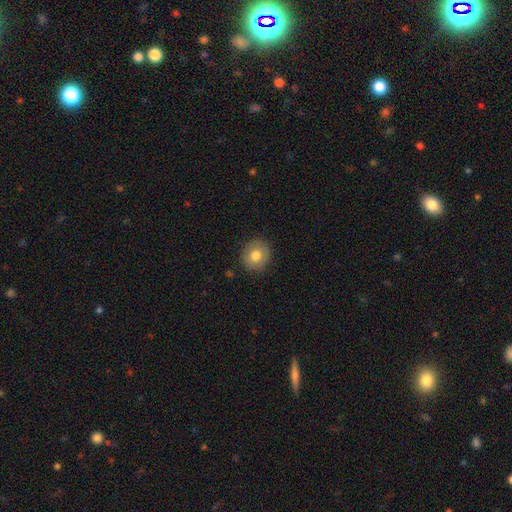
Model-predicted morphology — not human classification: Smooth or featured? smooth (78%)
How rounded? round (85%)
Merging? none (88%)